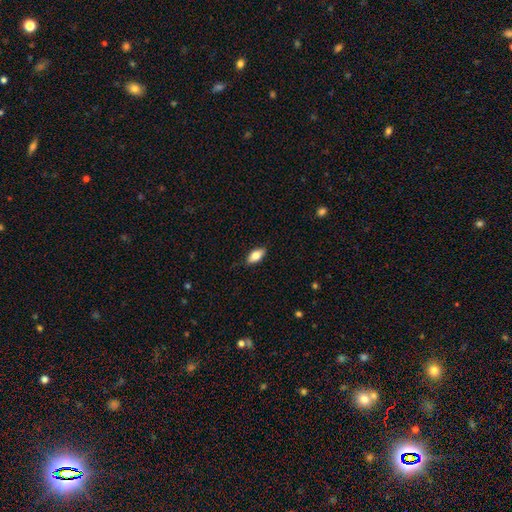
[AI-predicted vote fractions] This appears to be a smooth galaxy with no disk features (75%) that is in between round and cigar-shaped (88%). Merging: none (85%).